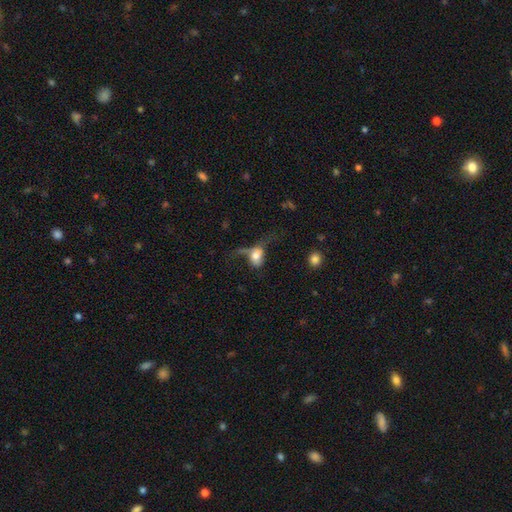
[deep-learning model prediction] Smooth or featured? smooth (65%)
How rounded? in between (69%)
Merging? major disturbance (49%)